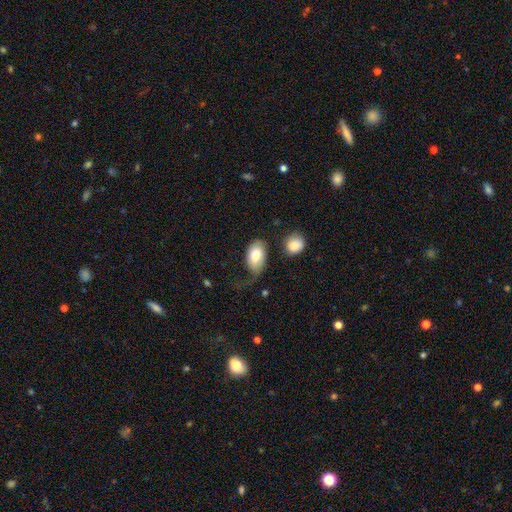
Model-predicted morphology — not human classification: This is likely a smooth galaxy (76%). How rounded: clearly in between (91%). Merging: marginally none (38%).